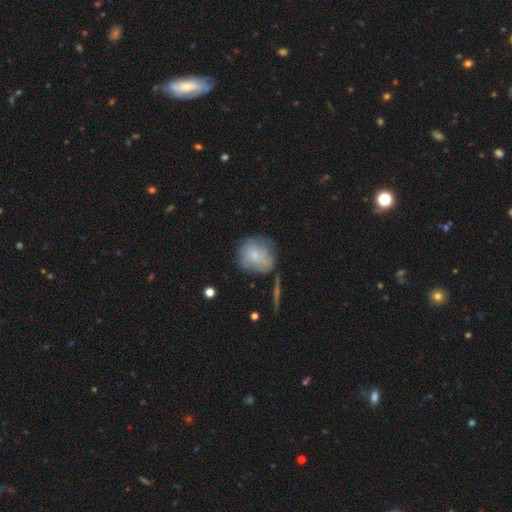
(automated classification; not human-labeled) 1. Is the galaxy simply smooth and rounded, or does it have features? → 59% smooth, 33% featured or disk, 8% star or artifact.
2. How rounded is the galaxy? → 82% round, 16% in between, 1% cigar-shaped.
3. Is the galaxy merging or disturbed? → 62% none, 24% minor disturbance, 9% major disturbance, 5% merger.